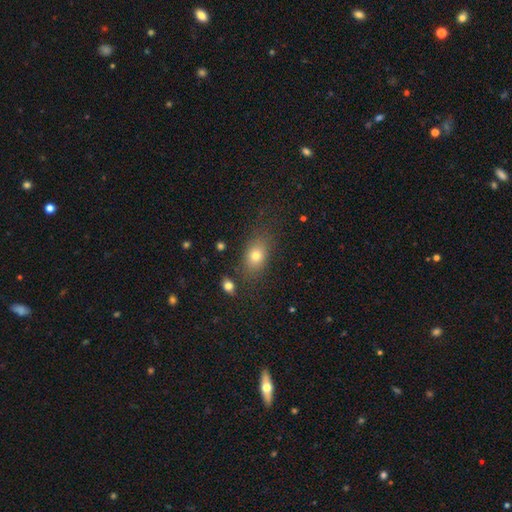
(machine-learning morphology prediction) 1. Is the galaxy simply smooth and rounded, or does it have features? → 76% smooth, 12% star or artifact, 12% featured or disk.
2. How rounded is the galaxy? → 75% in between, 22% round, 3% cigar-shaped.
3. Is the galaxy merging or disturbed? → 76% none, 15% minor disturbance, 6% major disturbance, 3% merger.